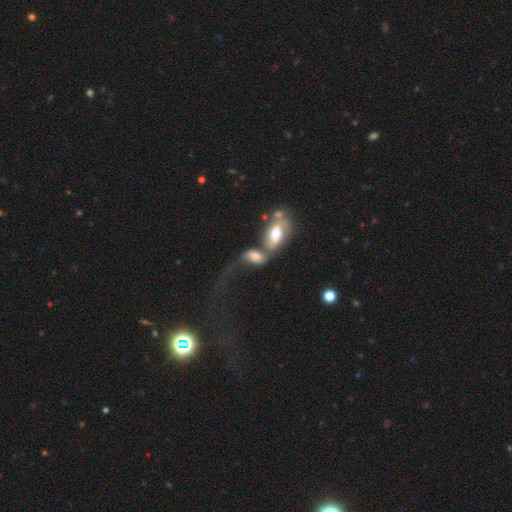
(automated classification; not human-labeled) smooth 45% (tied), featured or disk 45% (tied), star or artifact 10%. Down the decision tree: merging — merger (66%).